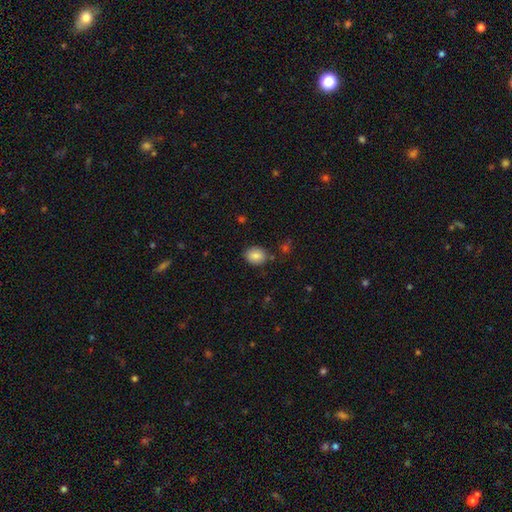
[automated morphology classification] type=smooth (85%); roundness=round (53%); merging=none (84%).